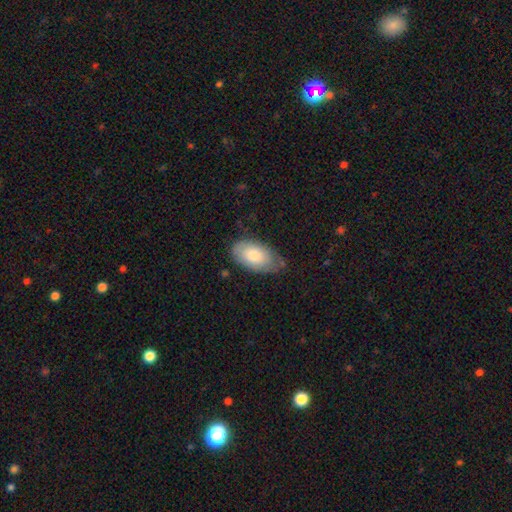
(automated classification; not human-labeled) The model was most divided on "merging": none: 58%, minor disturbance: 33%, major disturbance: 7%, merger: 2%. More confident: how rounded — in between (94%); smooth or featured — smooth (76%).